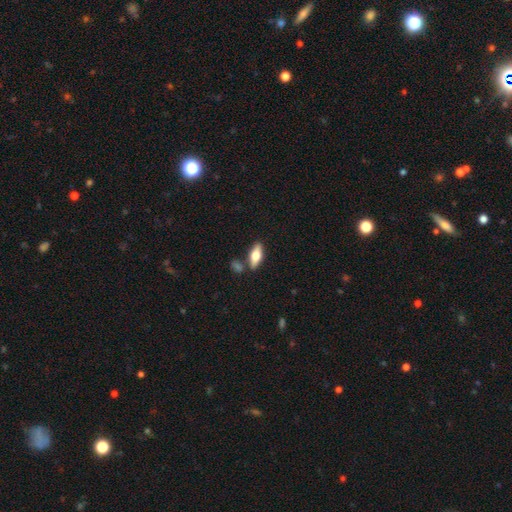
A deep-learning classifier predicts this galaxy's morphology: The model was most divided on "smooth or featured": smooth: 60%, featured or disk: 34%, star or artifact: 6%. More confident: merging — none (77%); how rounded — in between (71%).